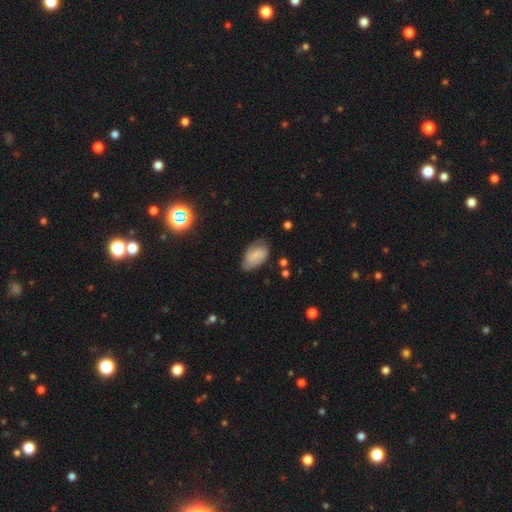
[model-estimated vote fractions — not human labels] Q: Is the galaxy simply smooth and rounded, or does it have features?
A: smooth — 55%.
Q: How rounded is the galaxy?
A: in between — 92%.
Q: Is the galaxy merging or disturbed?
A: none — 62%.